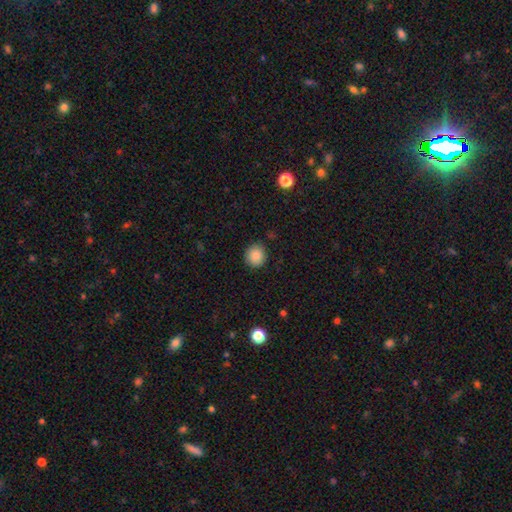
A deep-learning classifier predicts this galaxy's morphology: Overall: smooth (87%). How rounded: round (87%). Merging: none (89%).